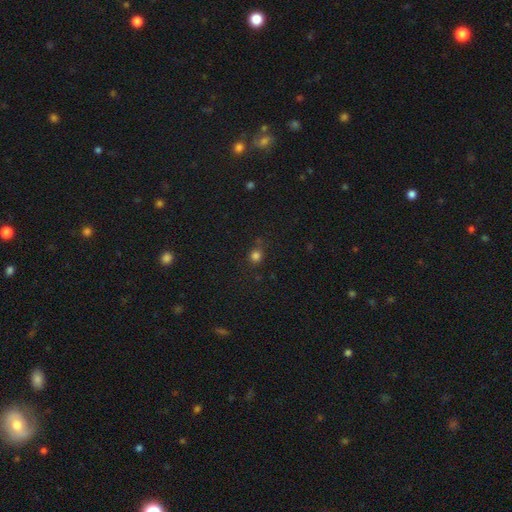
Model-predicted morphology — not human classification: smooth_or_featured: smooth (p=0.79) [alt: star or artifact p=0.16]
how_rounded: round (p=0.82) [alt: in between p=0.17]
merging: none (p=0.76) [alt: minor disturbance p=0.15]